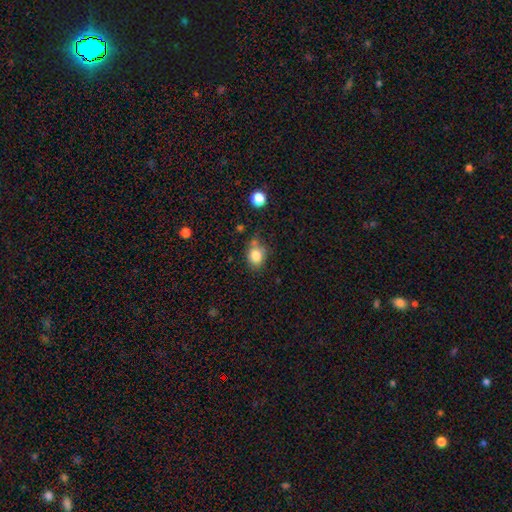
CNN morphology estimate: smooth_or_featured: smooth (p=0.82) [alt: star or artifact p=0.10]
how_rounded: round (p=0.55) [alt: in between p=0.44]
merging: none (p=0.63) [alt: minor disturbance p=0.21]